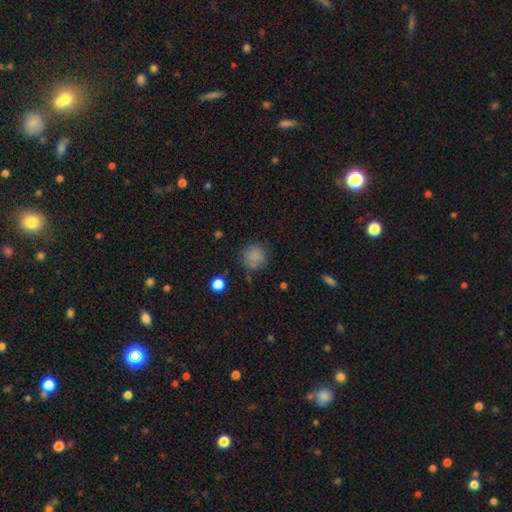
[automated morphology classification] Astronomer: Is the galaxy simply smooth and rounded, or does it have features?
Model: smooth — 83%.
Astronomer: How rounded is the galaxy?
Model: round — 90%.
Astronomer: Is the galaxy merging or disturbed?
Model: none — 78%.